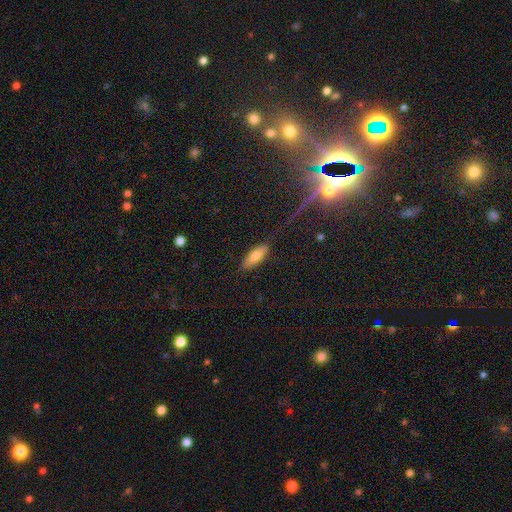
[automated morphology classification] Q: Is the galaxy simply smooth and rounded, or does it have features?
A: smooth — 79%.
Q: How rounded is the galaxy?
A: in between — 69%.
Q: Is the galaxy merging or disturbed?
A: none — 85%.